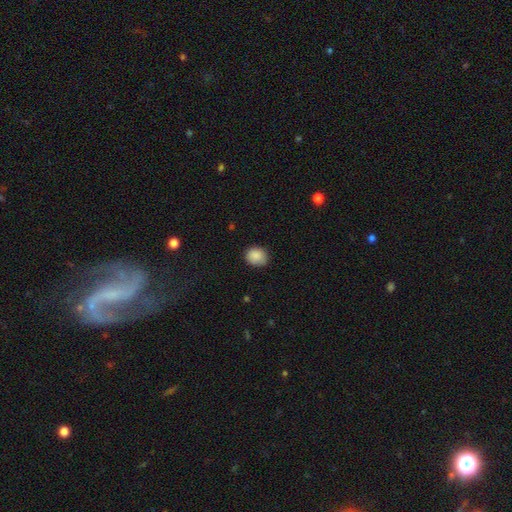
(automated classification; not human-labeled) This is clearly a smooth galaxy (88%). How rounded: likely round (67%). Merging: clearly none (81%).